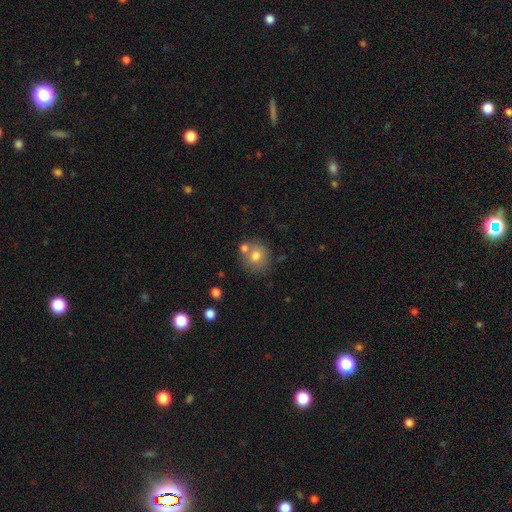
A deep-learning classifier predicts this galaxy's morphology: Smooth or featured? smooth (74%)
How rounded? round (86%)
Merging? none (63%)